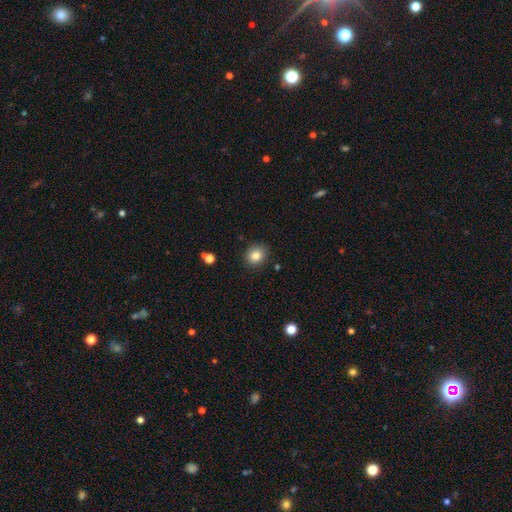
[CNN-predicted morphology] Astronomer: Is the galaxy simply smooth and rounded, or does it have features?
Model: smooth — 82%.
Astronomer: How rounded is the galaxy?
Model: round — 82%.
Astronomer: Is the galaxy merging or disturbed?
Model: none — 88%.